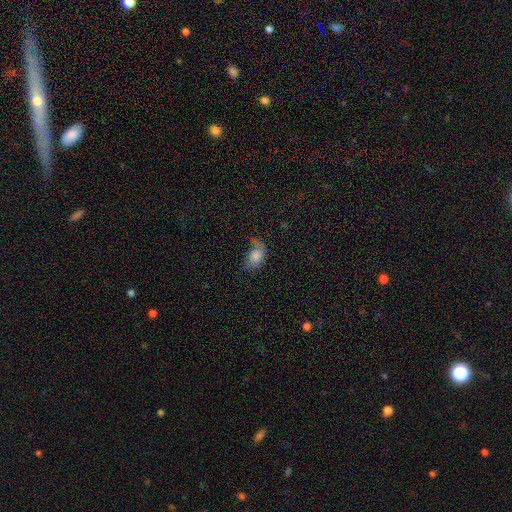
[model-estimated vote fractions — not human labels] A smooth galaxy with no disk features (72%) that is in between round and cigar-shaped (86%). Merging: none (36%).